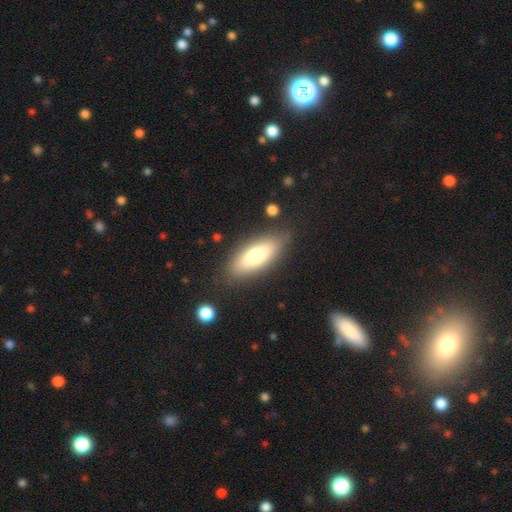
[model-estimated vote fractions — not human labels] smooth_or_featured: smooth (p=0.72) [alt: featured or disk p=0.22]
how_rounded: in between (p=0.71) [alt: cigar-shaped p=0.26]
merging: none (p=0.83) [alt: minor disturbance p=0.11]